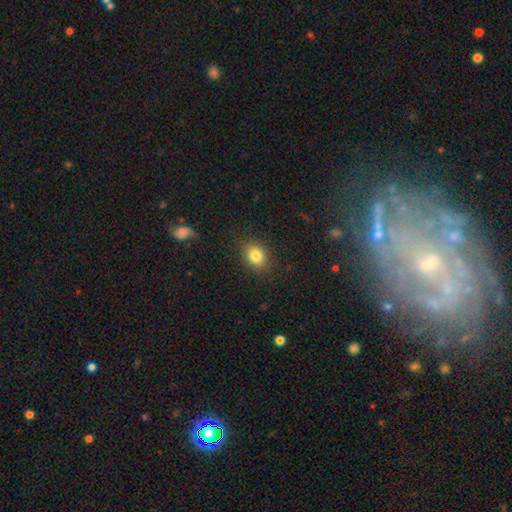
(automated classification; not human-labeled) smooth-or-featured: smooth: 82% | star or artifact: 11% | featured or disk: 8%
  how-rounded: round: 56% | in between: 43% | cigar-shaped: 1%
  merging: none: 86% | minor disturbance: 9% | major disturbance: 3% | merger: 1%